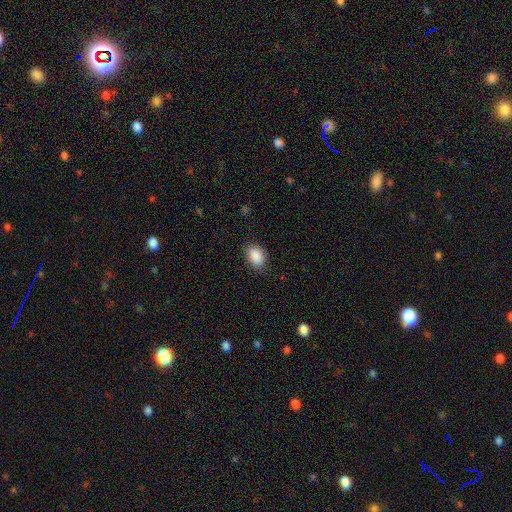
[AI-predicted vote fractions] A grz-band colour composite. It shows a smooth galaxy with no disk features (89%) that is in between round and cigar-shaped (81%). Merging: none (82%).